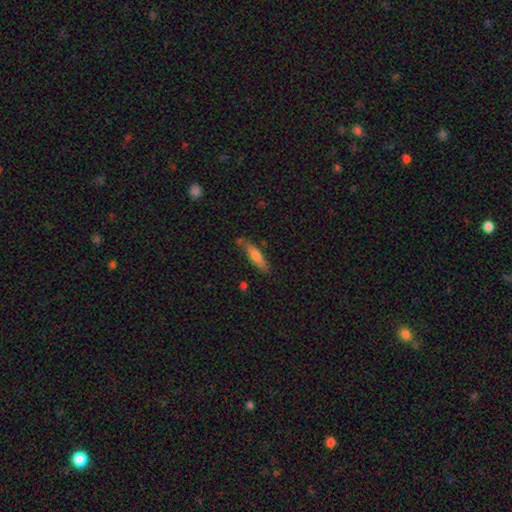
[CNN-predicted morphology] type=smooth (63%); roundness=cigar-shaped (79%); merging=none (76%).